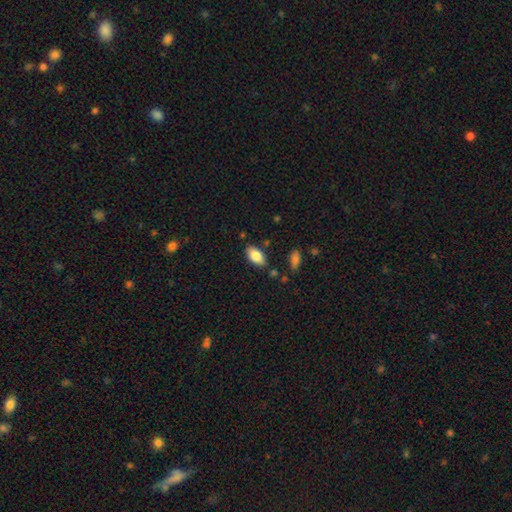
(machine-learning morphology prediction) Smooth or featured: smooth — 82% (featured or disk — 11%)
How rounded: in between — 93% (cigar-shaped — 4%)
Merging: none — 82% (minor disturbance — 12%)